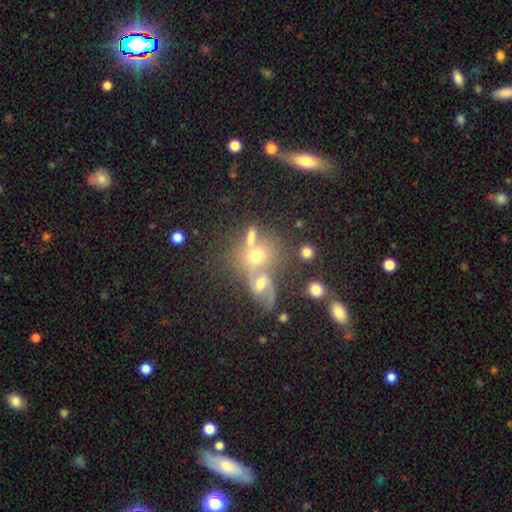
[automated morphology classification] Smooth or featured? smooth (48%)
Merging? merger (57%)